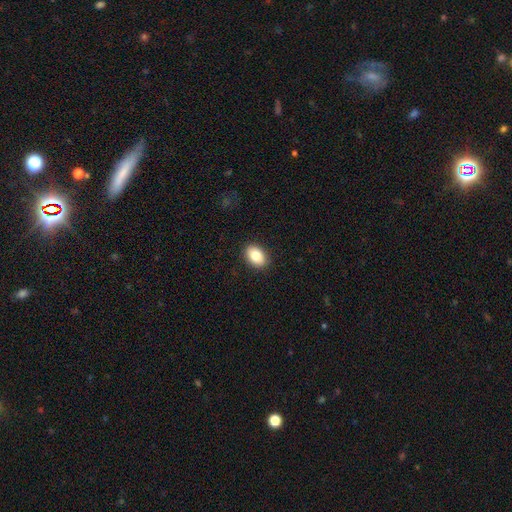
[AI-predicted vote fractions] The model was most divided on "how rounded": in between: 83%, round: 15%, cigar-shaped: 1%. More confident: merging — none (90%); smooth or featured — smooth (86%).